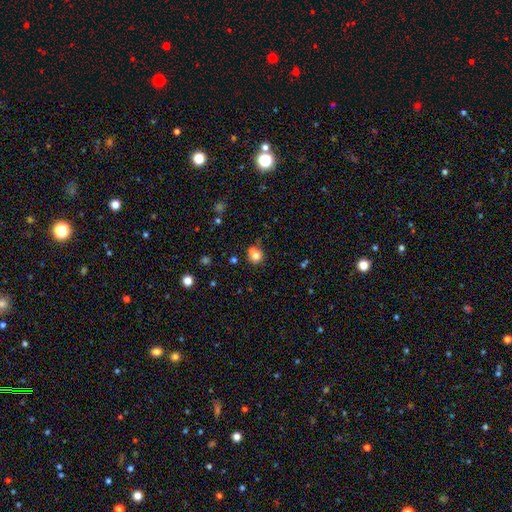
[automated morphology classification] smooth_or_featured: smooth (p=0.72) [alt: featured or disk p=0.14]
how_rounded: round (p=0.81) [alt: in between p=0.18]
merging: merger (p=0.47) [alt: none p=0.40]